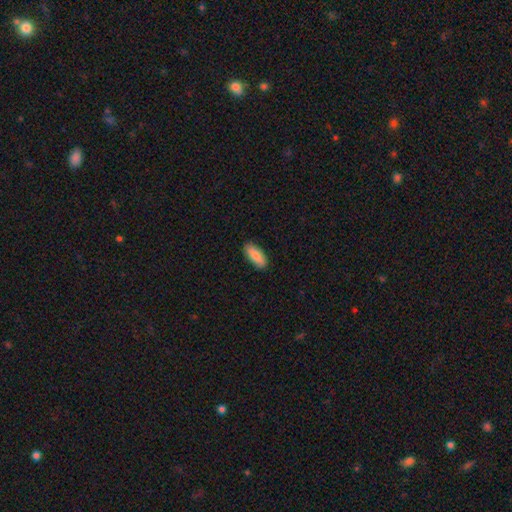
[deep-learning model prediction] Overall: smooth (86%). How rounded: in between (81%). Merging: none (89%).